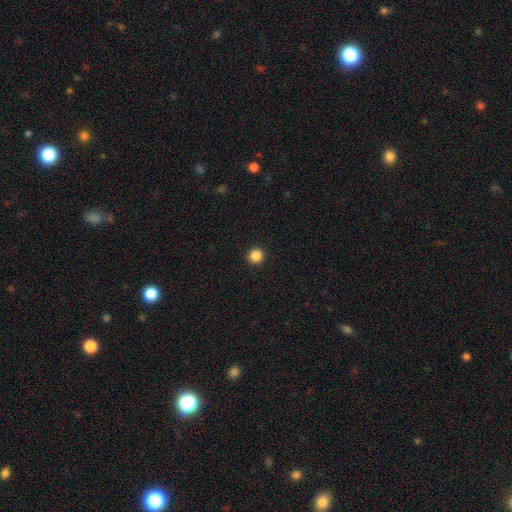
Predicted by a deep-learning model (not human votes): A smooth galaxy with no disk features (86%) that is round (94%). Merging: none (94%).